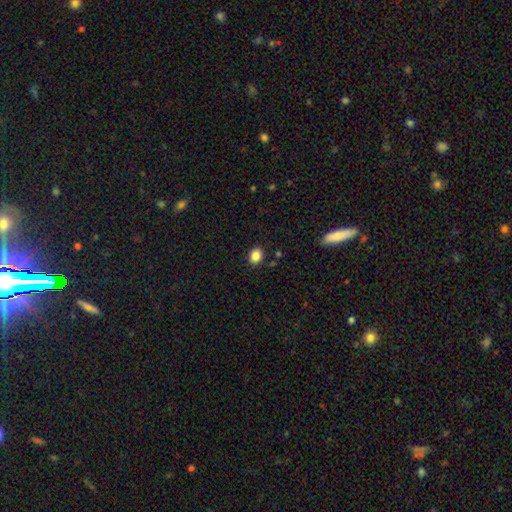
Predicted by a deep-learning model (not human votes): This is clearly a smooth galaxy (85%). How rounded: possibly in between (52%). Merging: clearly none (88%).